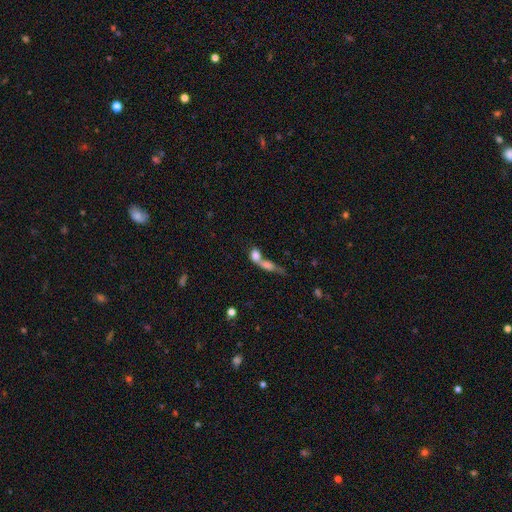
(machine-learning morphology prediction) Overall: smooth (68%). How rounded: in between (57%; round 24%). Merging: merger (71%).